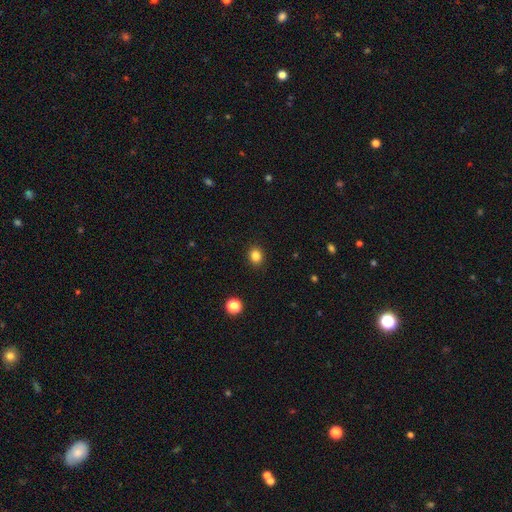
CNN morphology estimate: This is clearly a smooth galaxy (84%). How rounded: likely round (69%). Merging: clearly none (91%).